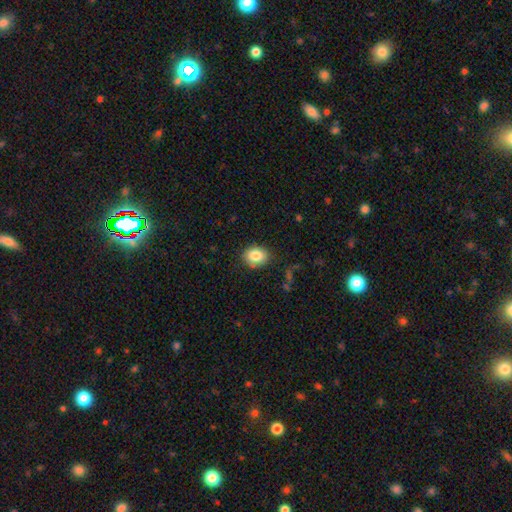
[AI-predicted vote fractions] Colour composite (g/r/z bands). It shows a smooth galaxy with no disk features (84%) that is in between round and cigar-shaped (51%). Merging: none (85%).